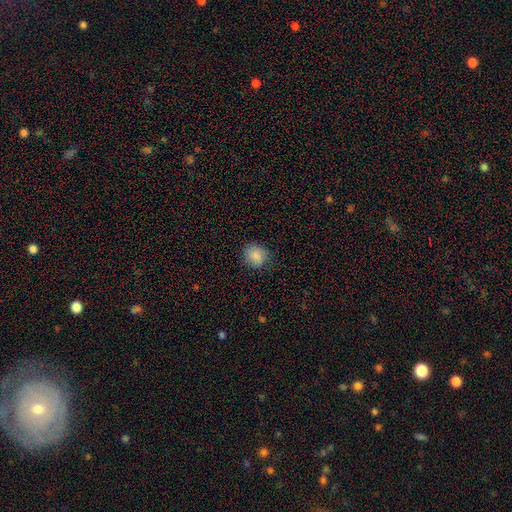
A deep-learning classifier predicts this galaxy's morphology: The model was most divided on "how rounded": round: 79%, in between: 20%, cigar-shaped: 1%. More confident: smooth or featured — smooth (86%); merging — none (82%).